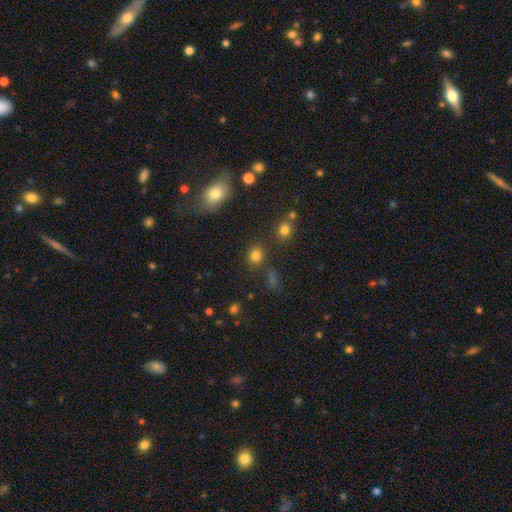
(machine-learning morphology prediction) smooth 80%, star or artifact 15%, featured or disk 5%. Down the decision tree: how rounded — round (70%); merging — none (79%).